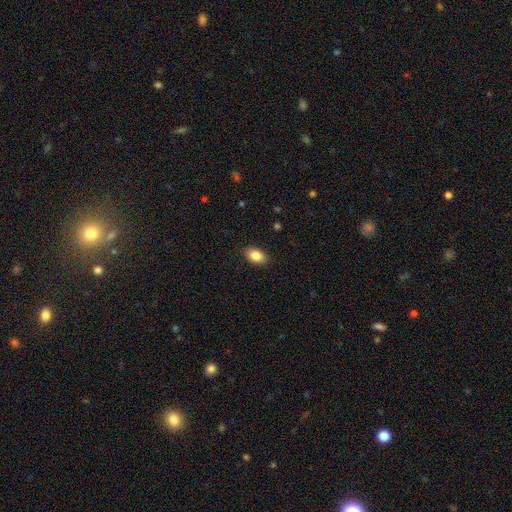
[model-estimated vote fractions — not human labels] Q: Smooth or featured?
A: smooth (86%); runner-up: star or artifact (8%)
Q: How rounded?
A: in between (89%); runner-up: round (10%)
Q: Merging?
A: none (89%); runner-up: minor disturbance (8%)